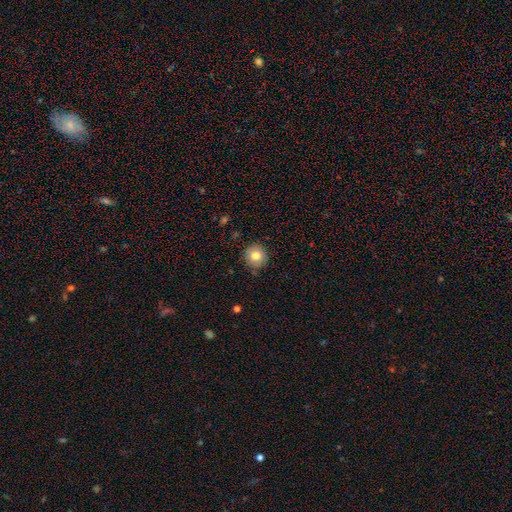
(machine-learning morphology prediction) smooth 79%, featured or disk 11%, star or artifact 10%. Down the decision tree: how rounded — round (90%); merging — none (86%).